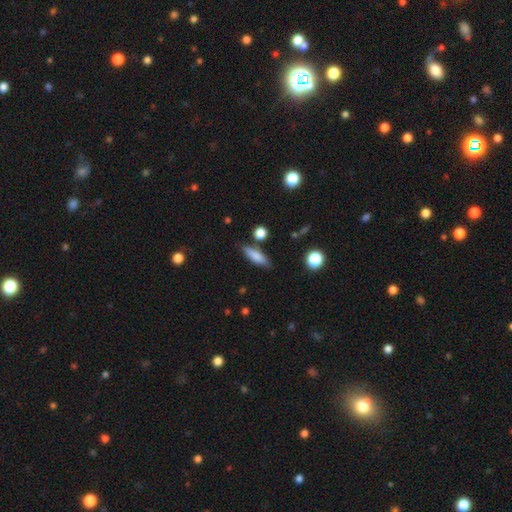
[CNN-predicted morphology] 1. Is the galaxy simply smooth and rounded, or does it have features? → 77% smooth, 15% featured or disk, 7% star or artifact.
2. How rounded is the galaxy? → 56% cigar-shaped, 41% in between, 3% round.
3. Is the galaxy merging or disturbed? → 79% none, 13% minor disturbance, 5% merger, 3% major disturbance.